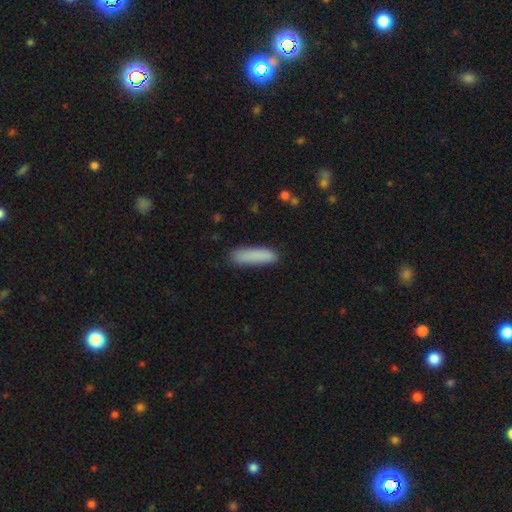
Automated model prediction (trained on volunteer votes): A smooth galaxy with no disk features (87%) that is cigar-shaped (76%). Merging: none (84%).